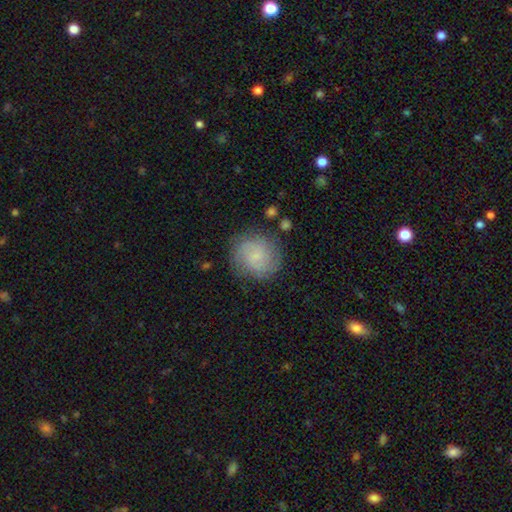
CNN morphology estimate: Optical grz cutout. It shows a smooth galaxy with no disk features (47%). Merging: none (79%).